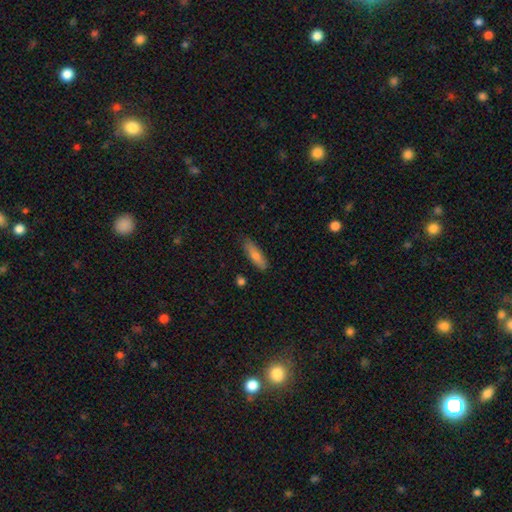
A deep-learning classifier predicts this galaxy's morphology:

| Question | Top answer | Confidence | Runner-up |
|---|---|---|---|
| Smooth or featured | smooth | 76% | featured or disk (18%) |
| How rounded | cigar-shaped | 64% | in between (34%) |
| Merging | none | 84% | minor disturbance (12%) |